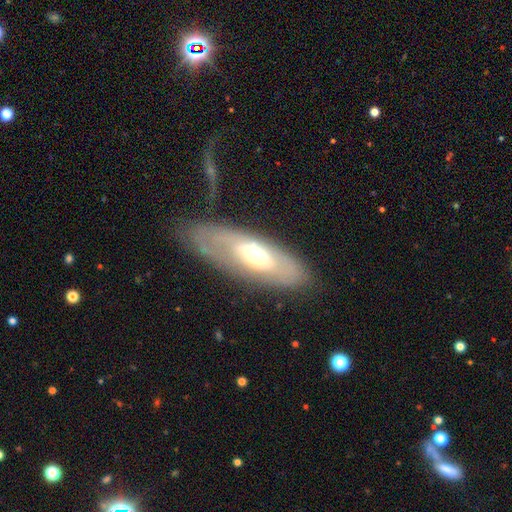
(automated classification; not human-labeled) This appears to be a featured or disk galaxy (57%). Merging: none (68%).